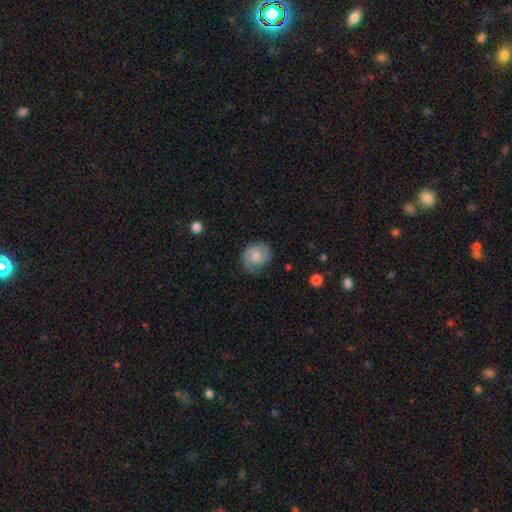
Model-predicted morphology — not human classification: Smooth or featured: smooth — 49% (featured or disk — 44%)
Merging: none — 67% (minor disturbance — 24%)